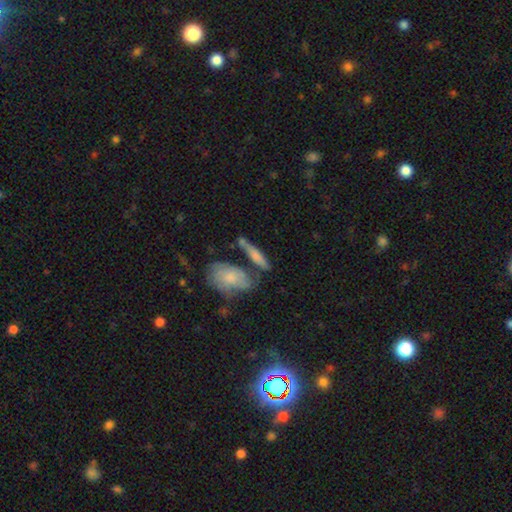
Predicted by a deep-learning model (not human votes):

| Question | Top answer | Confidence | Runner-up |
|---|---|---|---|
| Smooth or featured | smooth | 61% | featured or disk (32%) |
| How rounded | cigar-shaped | 63% | in between (32%) |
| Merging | none | 54% | merger (21%) |